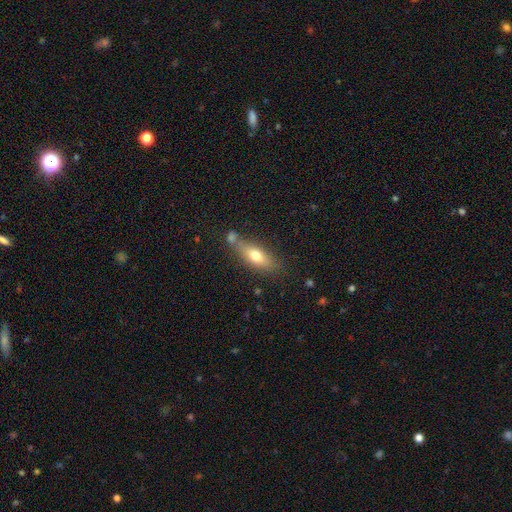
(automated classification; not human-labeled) smooth-or-featured: smooth: 67% | featured or disk: 25% | star or artifact: 8%
  how-rounded: in between: 64% | cigar-shaped: 32% | round: 4%
  merging: none: 58% | merger: 20% | minor disturbance: 17% | major disturbance: 6%